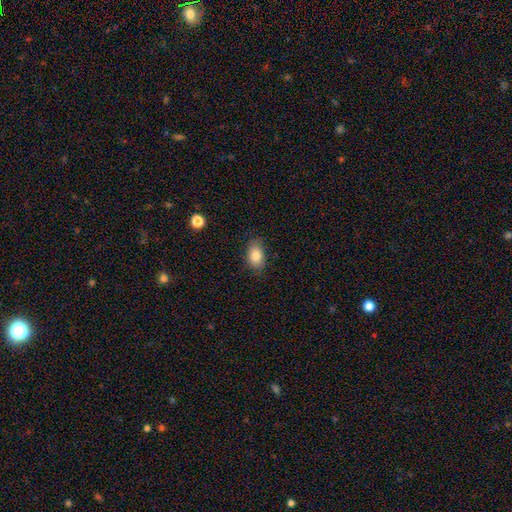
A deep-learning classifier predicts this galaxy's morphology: A smooth galaxy with no disk features (83%) that is in between round and cigar-shaped (85%). Merging: none (81%).